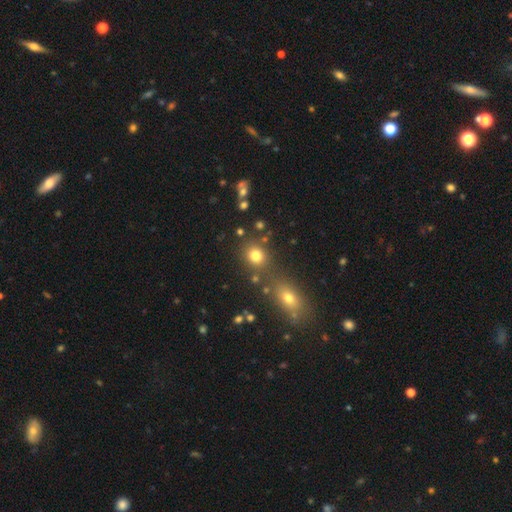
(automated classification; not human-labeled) Overall: smooth (78%). How rounded: round (73%). Merging: none (71%).